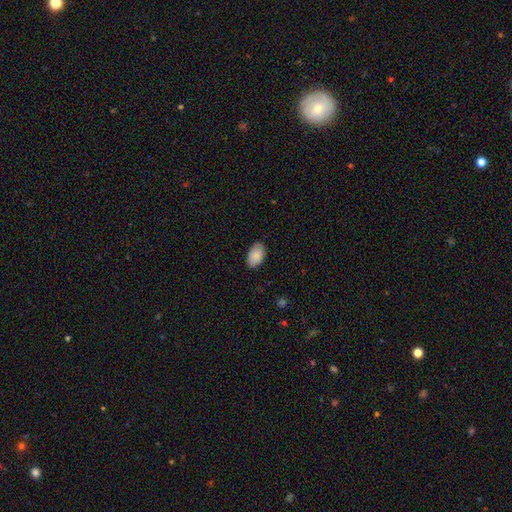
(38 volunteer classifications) Smooth or featured: smooth — 97% (featured or disk — 3%)
How rounded: in between — 92% (round — 8%)
Merging: none — 95% (minor disturbance — 5%)